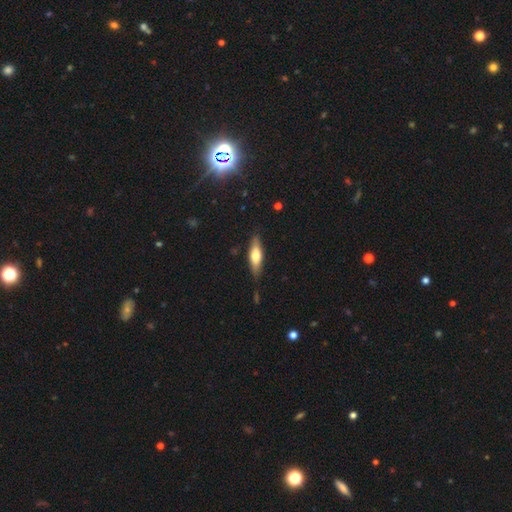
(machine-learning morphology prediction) Smooth or featured: smooth — 60% (featured or disk — 34%)
How rounded: cigar-shaped — 53% (in between — 45%)
Merging: none — 83% (minor disturbance — 13%)